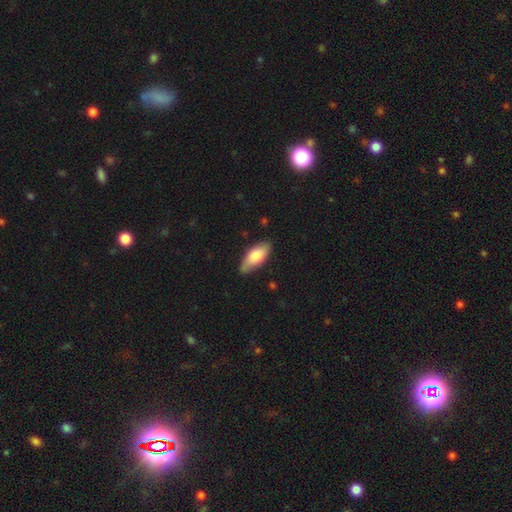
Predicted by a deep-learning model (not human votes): A smooth galaxy with no disk features (76%) that is in between round and cigar-shaped (82%). Merging: none (79%).